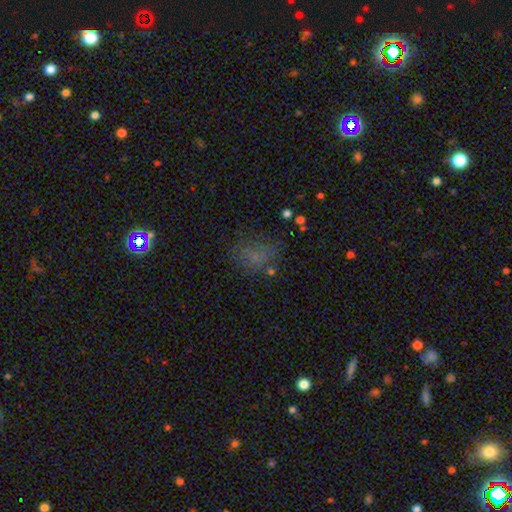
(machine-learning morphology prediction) Overall: smooth (56%; star or artifact 26%). How rounded: in between (69%). Merging: none (50%; minor disturbance 23%).